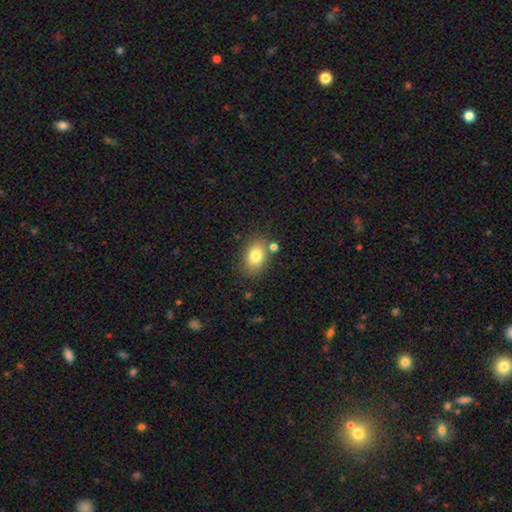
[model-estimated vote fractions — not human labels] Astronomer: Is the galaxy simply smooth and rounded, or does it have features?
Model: smooth — 80%.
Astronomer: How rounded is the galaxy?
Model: in between — 78%.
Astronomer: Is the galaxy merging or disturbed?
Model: none — 75%.